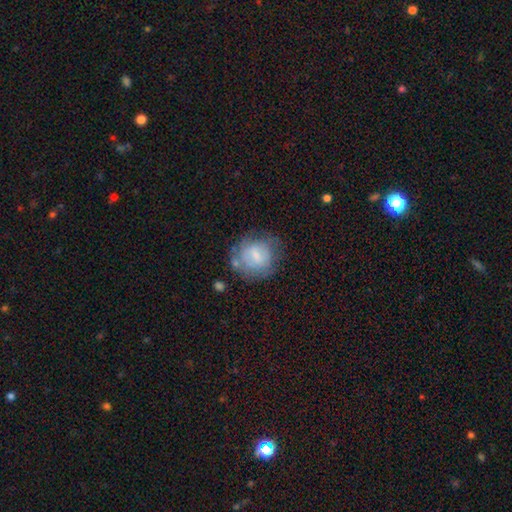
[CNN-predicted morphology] A smooth galaxy with no disk features (56%) that is round (76%).

Vote fractions:
- Smooth or featured? smooth: 56% / featured or disk: 35% / star or artifact: 8%
- How rounded? round: 76% / in between: 23% / cigar-shaped: 1%
- Merging? none: 57% / minor disturbance: 24% / major disturbance: 14% / merger: 5%